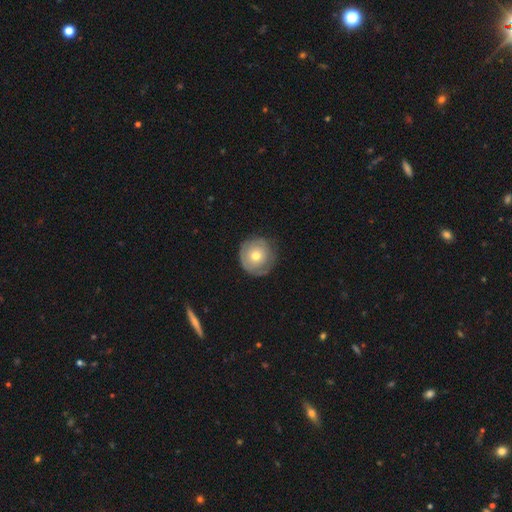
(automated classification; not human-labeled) Smooth or featured?
  - smooth: 58% *
  - featured or disk: 35%
  - star or artifact: 7%
How rounded?
  - round: 94% *
  - in between: 5%
  - cigar-shaped: 1%
Merging?
  - none: 73% *
  - minor disturbance: 19%
  - major disturbance: 6%
  - merger: 1%